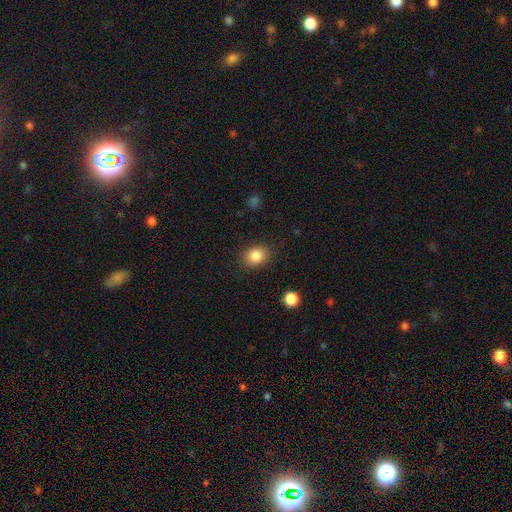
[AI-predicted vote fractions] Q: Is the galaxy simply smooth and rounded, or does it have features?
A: smooth — 86%.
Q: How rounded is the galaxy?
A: round — 50%.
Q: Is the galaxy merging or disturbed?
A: none — 86%.